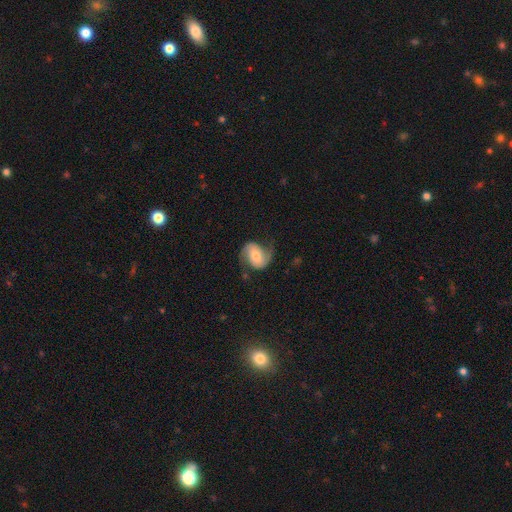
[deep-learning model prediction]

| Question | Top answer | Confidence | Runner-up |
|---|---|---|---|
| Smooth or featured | featured or disk | 74% | smooth (19%) |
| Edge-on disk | no | 97% | yes (3%) |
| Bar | no | 43% | weak (37%) |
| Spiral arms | yes | 94% | no (6%) |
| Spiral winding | medium | 44% | loose (38%) |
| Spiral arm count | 2 | 90% | can't tell (4%) |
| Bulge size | moderate | 58% | small (30%) |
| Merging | none | 68% | minor disturbance (18%) |